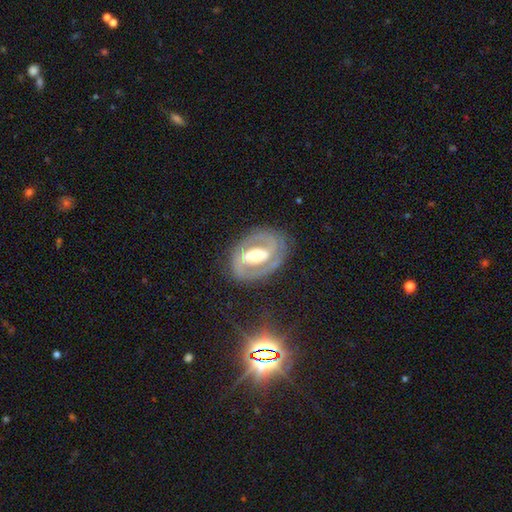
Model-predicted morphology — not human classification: A featured or disk galaxy (84%) with a strong bar (54%), 2 (84%) tight (47%) spiral arms (84%) and a moderate central bulge (60%). Merging: none (77%).